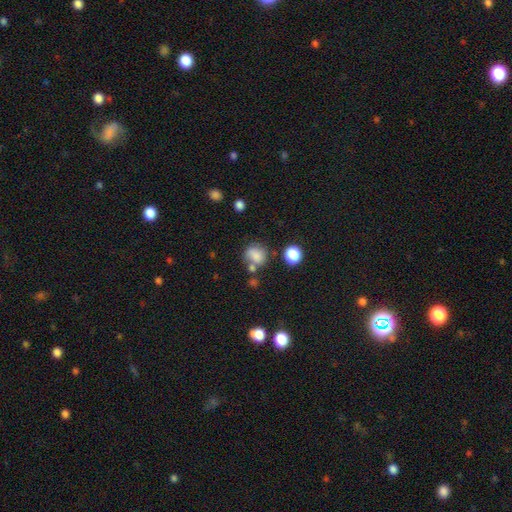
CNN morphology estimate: A smooth galaxy with no disk features (78%) that is round (66%).

Vote fractions:
- Smooth or featured? smooth: 78% / star or artifact: 13% / featured or disk: 9%
- How rounded? round: 66% / in between: 33% / cigar-shaped: 1%
- Merging? none: 55% / minor disturbance: 19% / merger: 18% / major disturbance: 9%